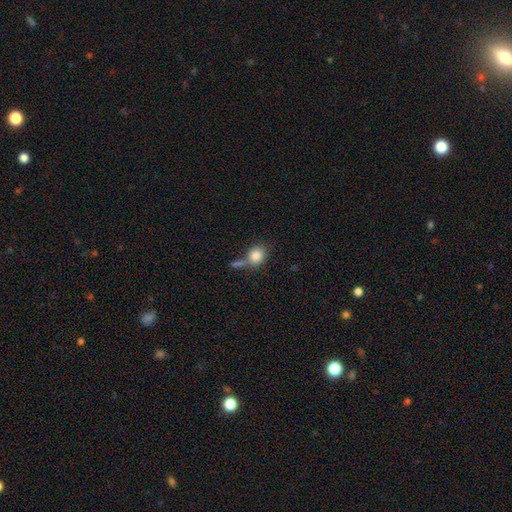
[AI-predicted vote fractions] Smooth or featured: smooth — 83% (star or artifact — 9%)
How rounded: round — 71% (in between — 27%)
Merging: none — 47% (merger — 28%)